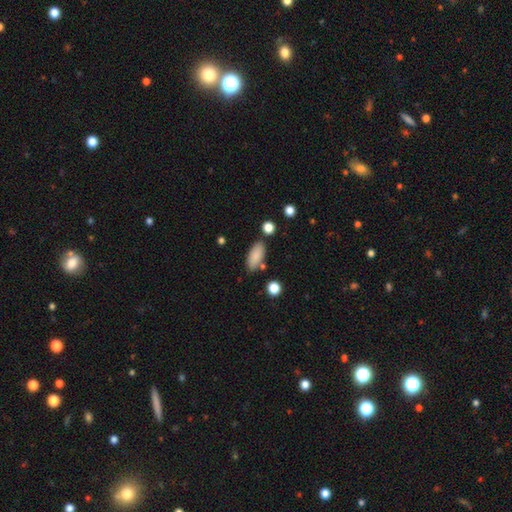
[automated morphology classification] The model was most divided on "merging": none: 79%, minor disturbance: 12%, merger: 6%, major disturbance: 3%. More confident: smooth or featured — smooth (87%); how rounded — in between (87%).